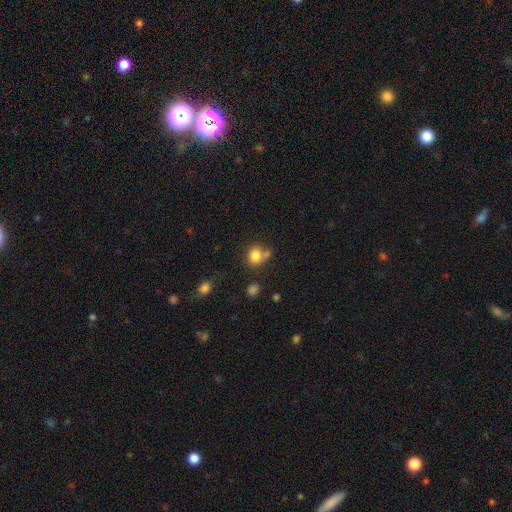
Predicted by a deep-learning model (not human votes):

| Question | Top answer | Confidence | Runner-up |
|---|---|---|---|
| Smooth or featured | smooth | 82% | star or artifact (11%) |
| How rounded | round | 65% | in between (34%) |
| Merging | none | 56% | merger (25%) |